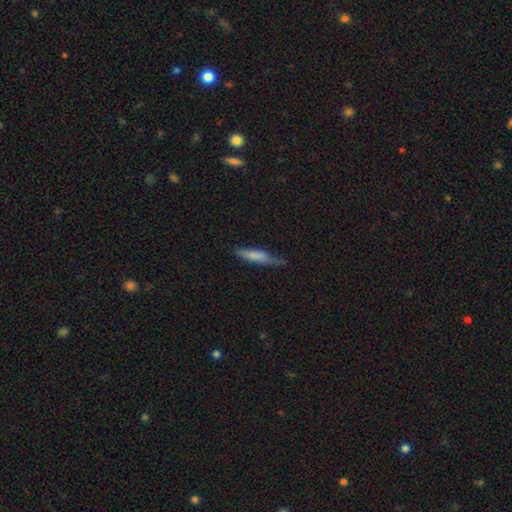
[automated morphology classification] The model was most divided on "merging": none: 59%, minor disturbance: 31%, major disturbance: 8%, merger: 2%. More confident: how rounded — cigar-shaped (81%); smooth or featured — smooth (70%).